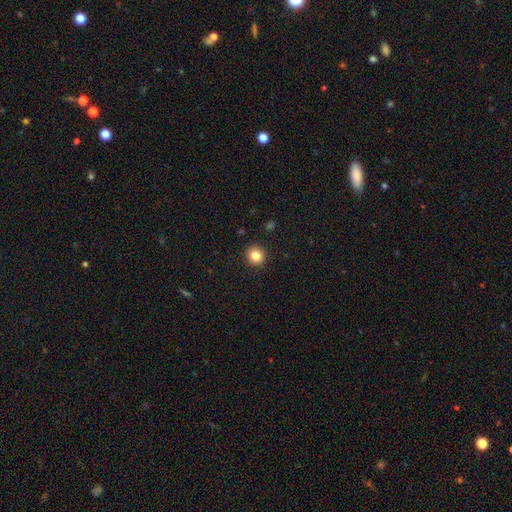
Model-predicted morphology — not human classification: type=smooth (83%); roundness=round (93%); merging=none (93%).